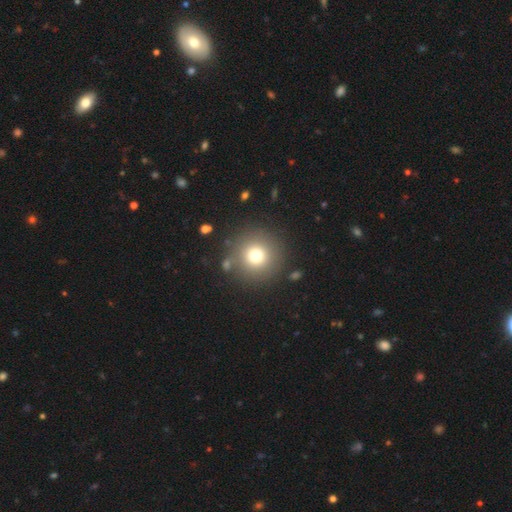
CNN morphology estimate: Smooth or featured?
  - smooth: 75% *
  - star or artifact: 14%
  - featured or disk: 12%
How rounded?
  - round: 96% *
  - in between: 3%
  - cigar-shaped: 1%
Merging?
  - none: 85% *
  - minor disturbance: 7%
  - merger: 4%
  - major disturbance: 4%